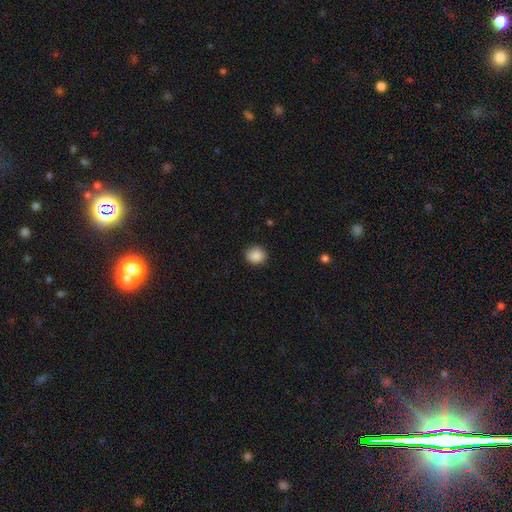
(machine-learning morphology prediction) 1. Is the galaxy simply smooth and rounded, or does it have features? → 88% smooth, 9% star or artifact, 3% featured or disk.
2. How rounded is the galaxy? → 70% round, 29% in between, 1% cigar-shaped.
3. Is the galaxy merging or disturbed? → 86% none, 10% minor disturbance, 2% major disturbance, 1% merger.